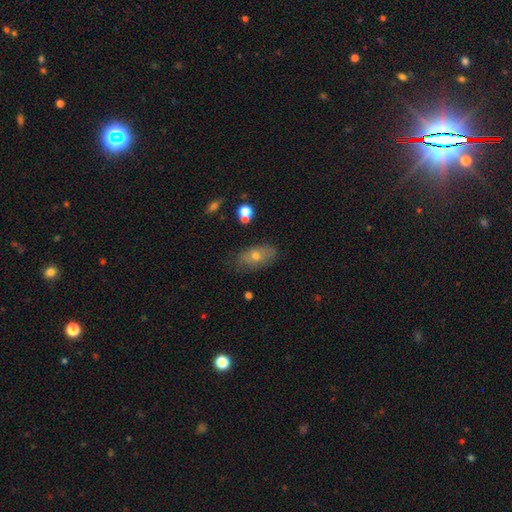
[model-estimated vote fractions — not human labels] This is possibly a smooth galaxy (57%). How rounded: clearly in between (86%). Merging: likely none (75%).